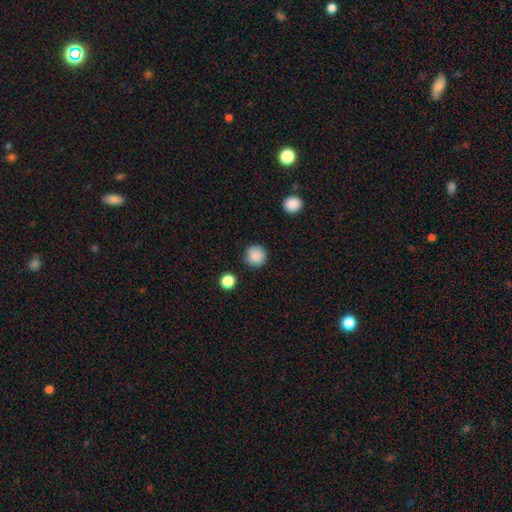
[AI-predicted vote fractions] A smooth galaxy with no disk features (87%) that is round (95%).

Vote fractions:
- Smooth or featured? smooth: 87% / star or artifact: 9% / featured or disk: 3%
- How rounded? round: 95% / in between: 4% / cigar-shaped: 1%
- Merging? none: 88% / minor disturbance: 8% / major disturbance: 2% / merger: 2%